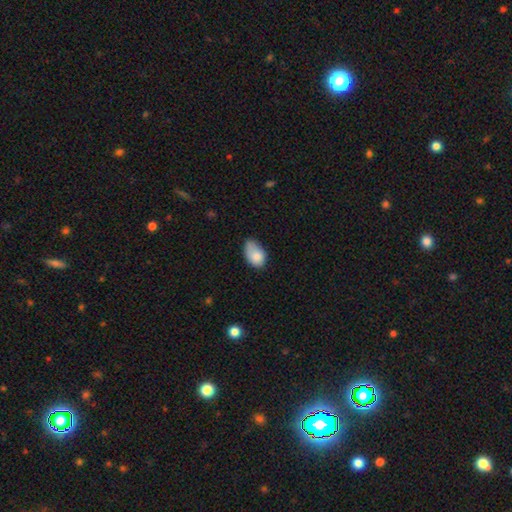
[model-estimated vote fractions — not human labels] Overall: smooth (83%). How rounded: in between (88%). Merging: minor disturbance (45%; none 40%).